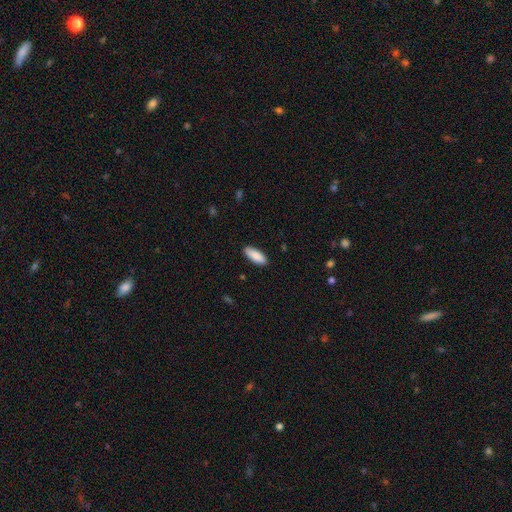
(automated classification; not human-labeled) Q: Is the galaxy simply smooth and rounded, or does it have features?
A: smooth — 90%.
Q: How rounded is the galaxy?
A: in between — 74%.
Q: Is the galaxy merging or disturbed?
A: none — 89%.